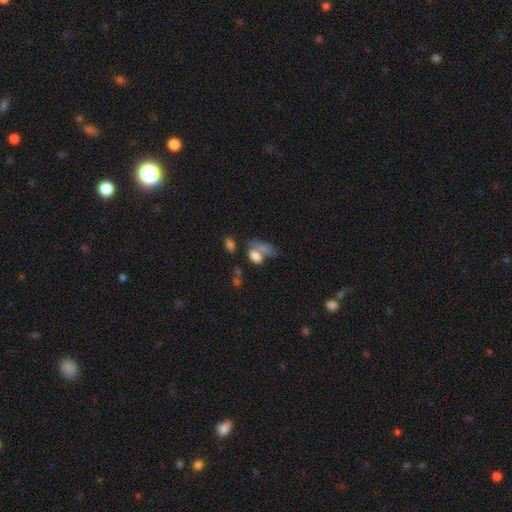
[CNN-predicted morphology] type=smooth (77%); roundness=in between (85%); merging=merger (40%).